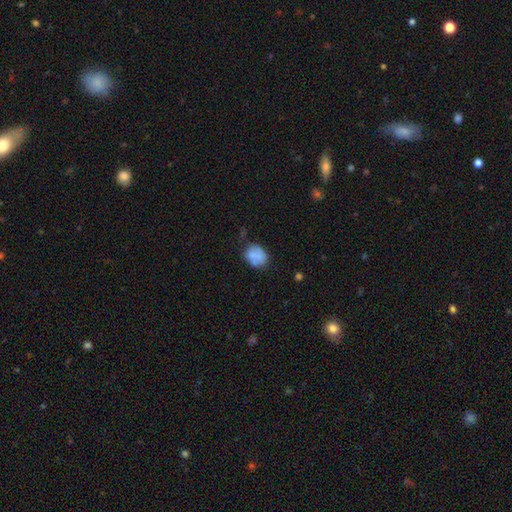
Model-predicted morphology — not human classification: The model was most divided on "how rounded": in between: 50%, round: 49%, cigar-shaped: 1%. Remaining: smooth or featured — smooth (69%); merging — none (50%).